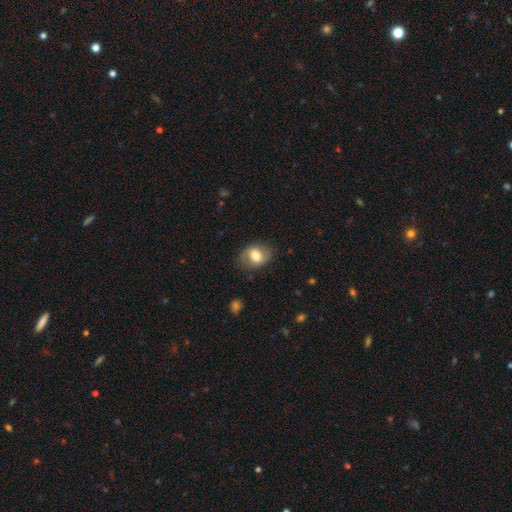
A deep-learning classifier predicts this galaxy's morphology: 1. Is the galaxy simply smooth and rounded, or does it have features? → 65% smooth, 27% featured or disk, 8% star or artifact.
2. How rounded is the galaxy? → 68% in between, 31% round, 1% cigar-shaped.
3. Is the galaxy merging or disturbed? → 79% none, 15% minor disturbance, 5% major disturbance, 1% merger.